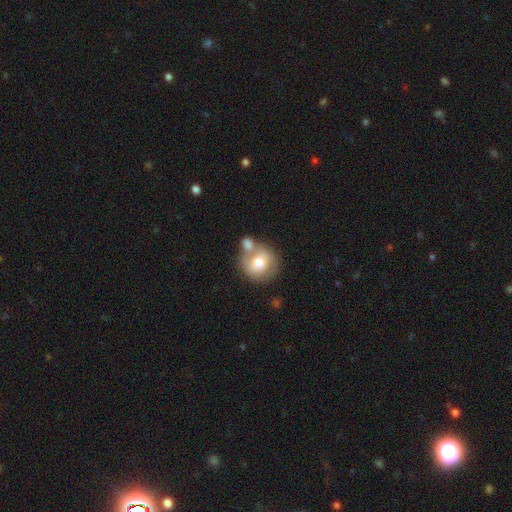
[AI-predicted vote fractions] smooth-or-featured: smooth: 62% | featured or disk: 28% | star or artifact: 10%
  how-rounded: round: 87% | in between: 12% | cigar-shaped: 1%
  merging: none: 54% | merger: 30% | minor disturbance: 11% | major disturbance: 4%